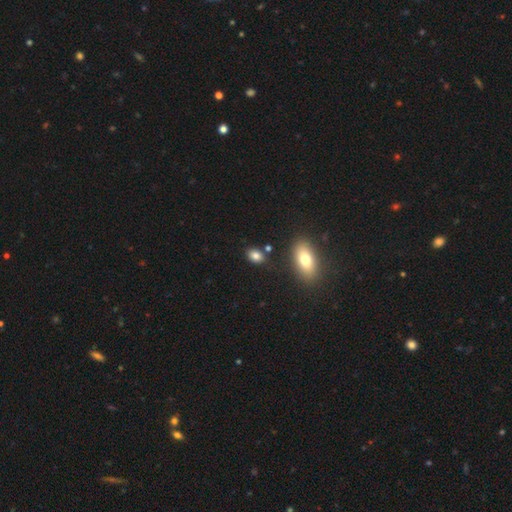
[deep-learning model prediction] Overall: smooth (82%). How rounded: in between (79%). Merging: none (79%).